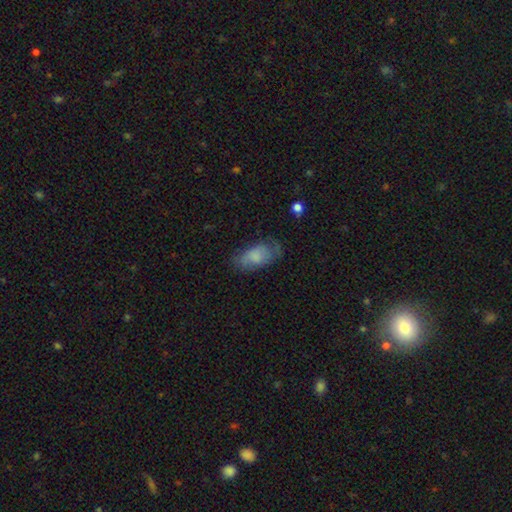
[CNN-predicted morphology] A smooth galaxy with no disk features (73%) that is in between round and cigar-shaped (91%). Merging: none (56%).